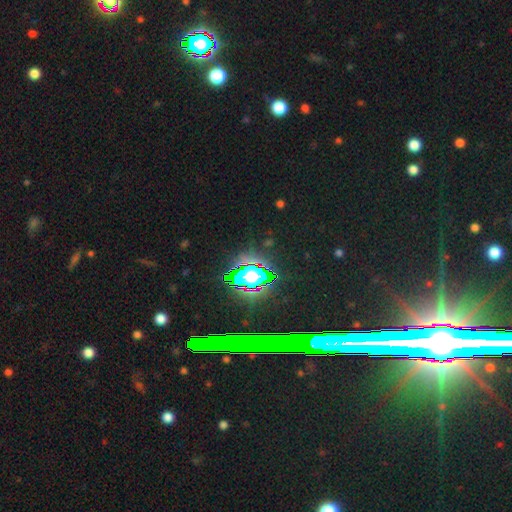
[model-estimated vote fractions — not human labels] Morphology: type=star or artifact (80%).